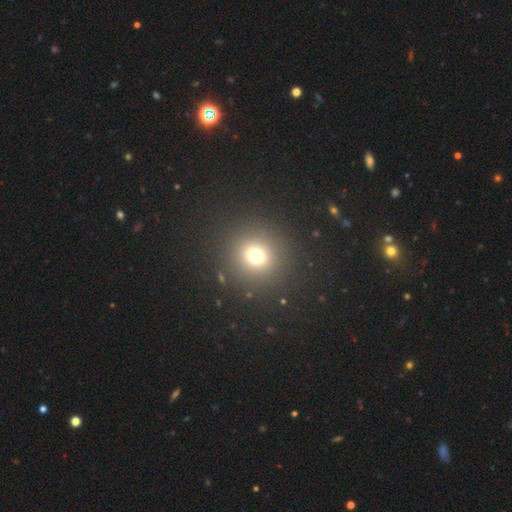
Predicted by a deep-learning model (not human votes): A smooth galaxy with no disk features (71%) that is round (92%).

Vote fractions:
- Smooth or featured? smooth: 71% / star or artifact: 21% / featured or disk: 9%
- How rounded? round: 92% / in between: 7% / cigar-shaped: 1%
- Merging? none: 88% / minor disturbance: 6% / major disturbance: 4% / merger: 2%